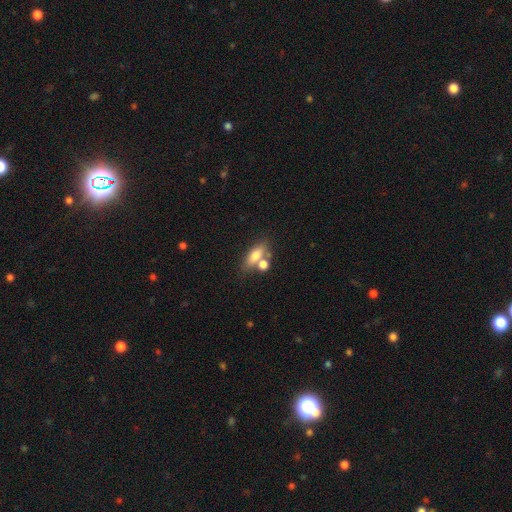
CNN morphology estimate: smooth_or_featured: smooth (p=0.72) [alt: featured or disk p=0.19]
how_rounded: in between (p=0.68) [alt: cigar-shaped p=0.23]
merging: none (p=0.49) [alt: merger p=0.32]